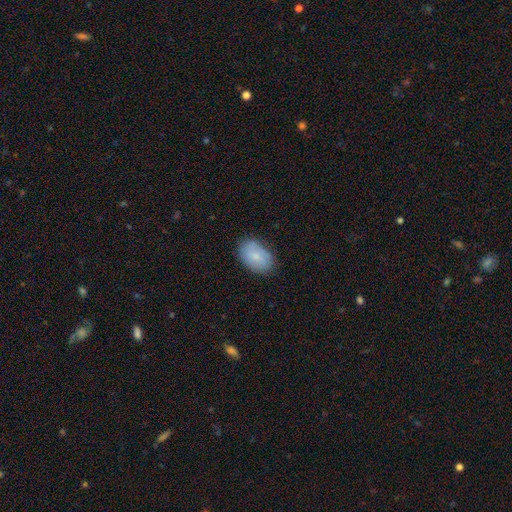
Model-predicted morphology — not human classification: A smooth galaxy with no disk features (74%) that is in between round and cigar-shaped (89%).

Vote fractions:
- Smooth or featured? smooth: 74% / featured or disk: 19% / star or artifact: 7%
- How rounded? in between: 89% / round: 10% / cigar-shaped: 1%
- Merging? none: 77% / minor disturbance: 18% / major disturbance: 4% / merger: 1%